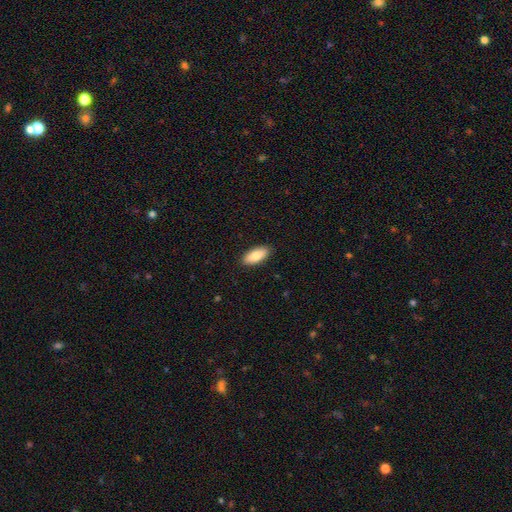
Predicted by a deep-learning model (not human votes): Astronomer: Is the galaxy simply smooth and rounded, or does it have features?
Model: smooth — 83%.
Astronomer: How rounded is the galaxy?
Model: in between — 88%.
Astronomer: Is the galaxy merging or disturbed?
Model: none — 90%.